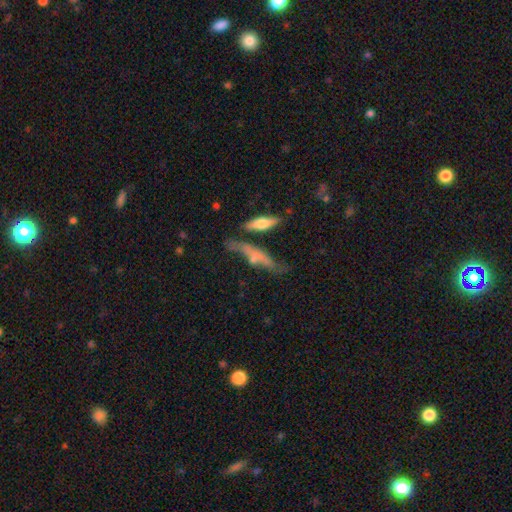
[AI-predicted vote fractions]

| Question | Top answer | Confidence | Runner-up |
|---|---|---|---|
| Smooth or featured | featured or disk | 46% | smooth (45%) |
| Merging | none | 48% | minor disturbance (23%) |